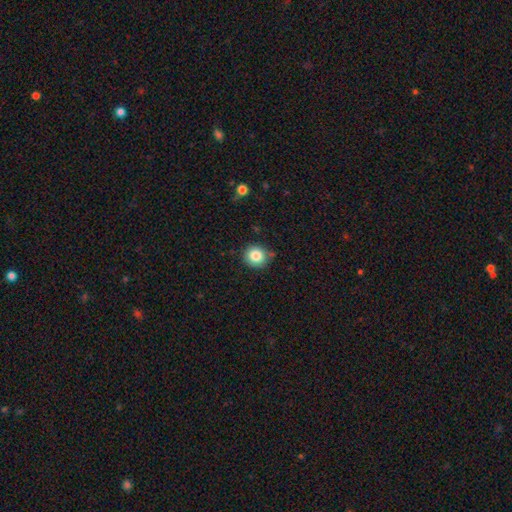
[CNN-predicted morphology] Smooth or featured? smooth (84%)
How rounded? round (89%)
Merging? none (85%)